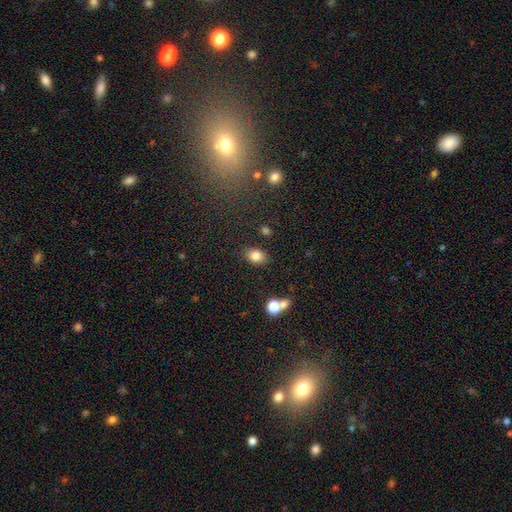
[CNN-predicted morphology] Smooth or featured: smooth — 83% (star or artifact — 10%)
How rounded: in between — 72% (round — 26%)
Merging: none — 80% (minor disturbance — 12%)